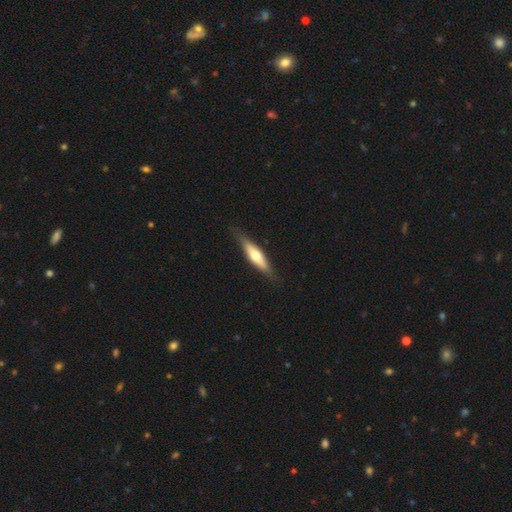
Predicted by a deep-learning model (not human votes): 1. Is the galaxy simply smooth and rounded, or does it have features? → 49% featured or disk, 46% smooth, 5% star or artifact.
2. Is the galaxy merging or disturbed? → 83% none, 13% minor disturbance, 3% major disturbance, 1% merger.